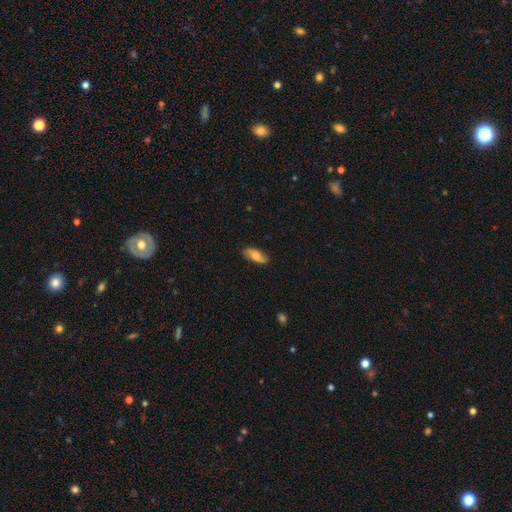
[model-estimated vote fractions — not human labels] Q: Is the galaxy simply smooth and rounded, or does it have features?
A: smooth — 59%.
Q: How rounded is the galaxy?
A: in between — 80%.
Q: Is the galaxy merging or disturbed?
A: none — 84%.